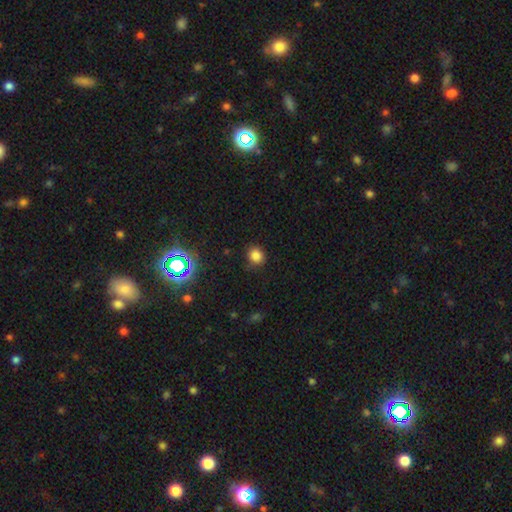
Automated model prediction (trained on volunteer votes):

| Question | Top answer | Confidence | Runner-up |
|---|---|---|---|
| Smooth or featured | smooth | 80% | star or artifact (15%) |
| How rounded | round | 82% | in between (17%) |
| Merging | none | 84% | minor disturbance (12%) |